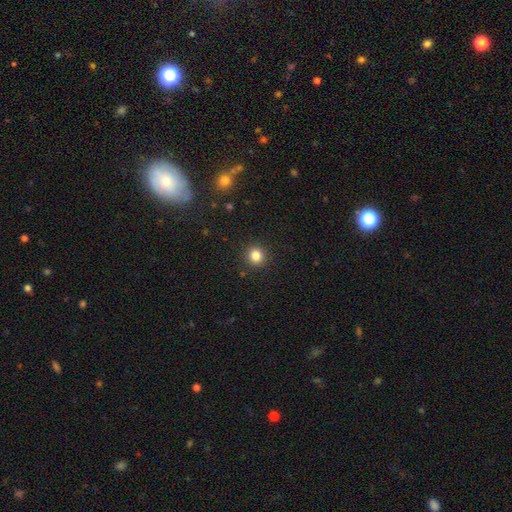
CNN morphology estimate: type=smooth (83%); roundness=round (90%); merging=none (91%).